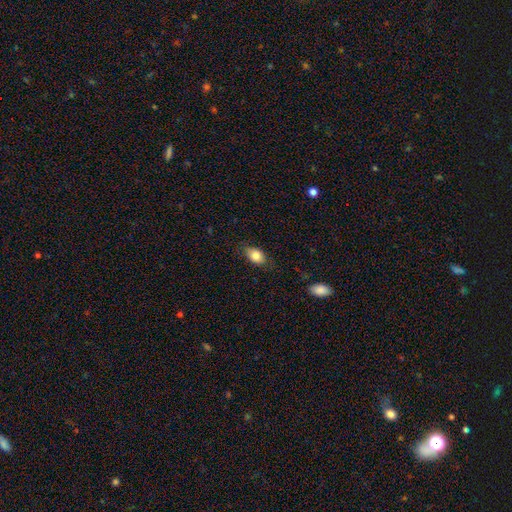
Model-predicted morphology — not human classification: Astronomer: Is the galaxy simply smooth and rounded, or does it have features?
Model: smooth — 83%.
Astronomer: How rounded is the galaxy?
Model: in between — 86%.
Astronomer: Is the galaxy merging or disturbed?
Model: none — 79%.